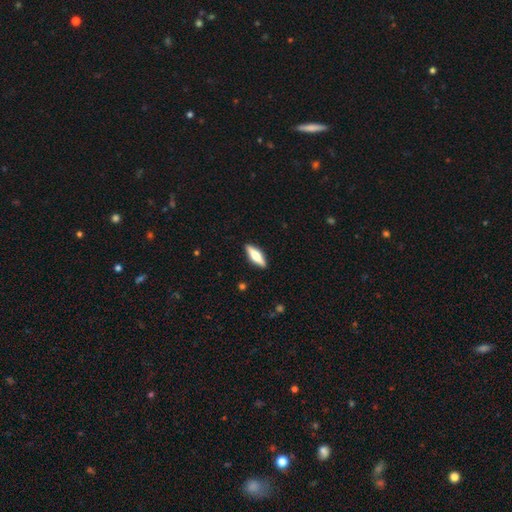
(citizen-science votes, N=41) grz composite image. It shows a smooth galaxy with no disk features (56%) that is cigar-shaped (57%). Merging: none (90%).